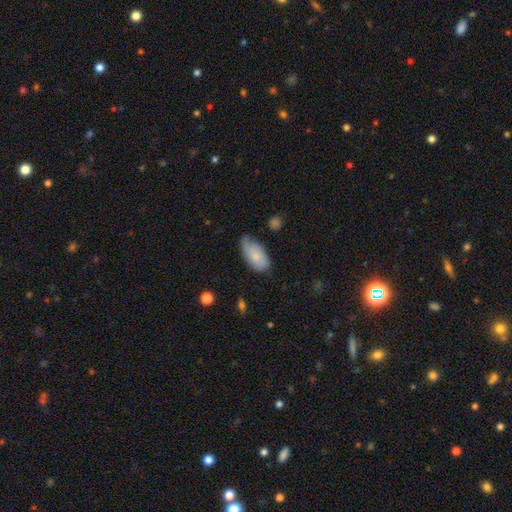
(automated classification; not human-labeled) Q: Smooth or featured?
A: smooth (76%); runner-up: featured or disk (18%)
Q: How rounded?
A: in between (94%); runner-up: cigar-shaped (3%)
Q: Merging?
A: none (50%); runner-up: minor disturbance (37%)